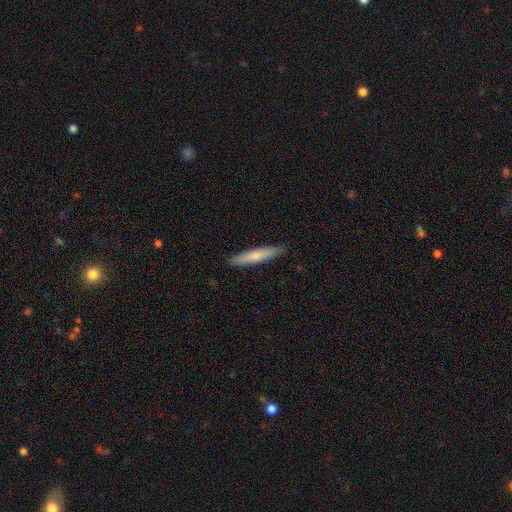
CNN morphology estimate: smooth 70%, featured or disk 25%, star or artifact 5%. Down the decision tree: how rounded — cigar-shaped (90%); merging — none (89%).